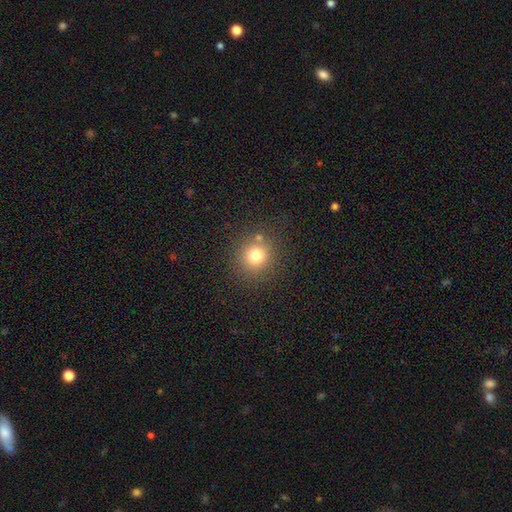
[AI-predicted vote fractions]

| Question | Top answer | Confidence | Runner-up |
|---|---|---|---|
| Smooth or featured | smooth | 77% | star or artifact (15%) |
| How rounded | round | 86% | in between (13%) |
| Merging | none | 79% | minor disturbance (10%) |